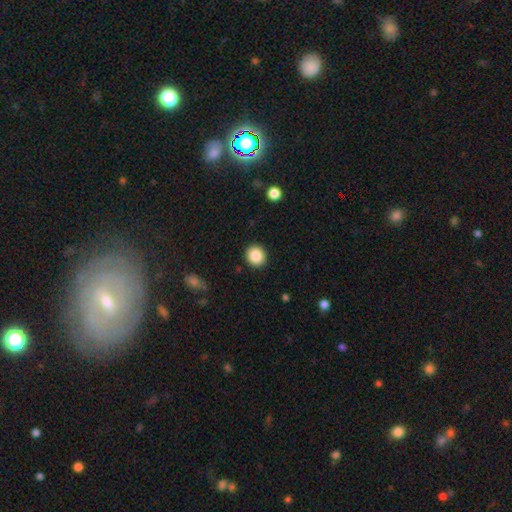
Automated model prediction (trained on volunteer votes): A smooth galaxy with no disk features (88%) that is round (88%). Merging: none (91%).